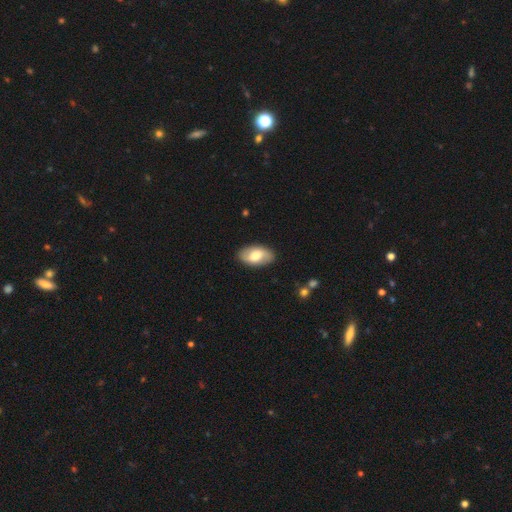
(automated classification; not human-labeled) Q: Smooth or featured?
A: smooth (62%); runner-up: featured or disk (32%)
Q: How rounded?
A: in between (94%); runner-up: round (4%)
Q: Merging?
A: none (87%); runner-up: minor disturbance (9%)